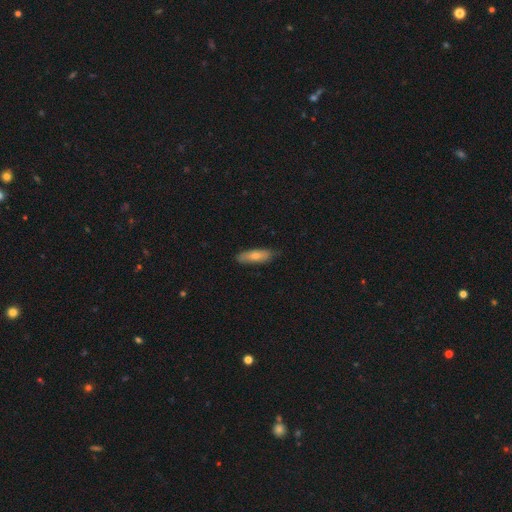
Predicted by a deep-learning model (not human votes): smooth 73%, featured or disk 21%, star or artifact 6%. Down the decision tree: how rounded — in between (51%); merging — none (77%).